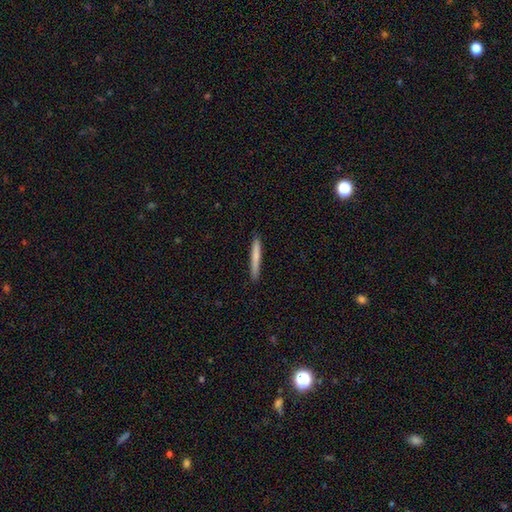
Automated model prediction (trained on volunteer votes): Morphology: type=smooth (72%); roundness=cigar-shaped (96%); merging=none (90%).